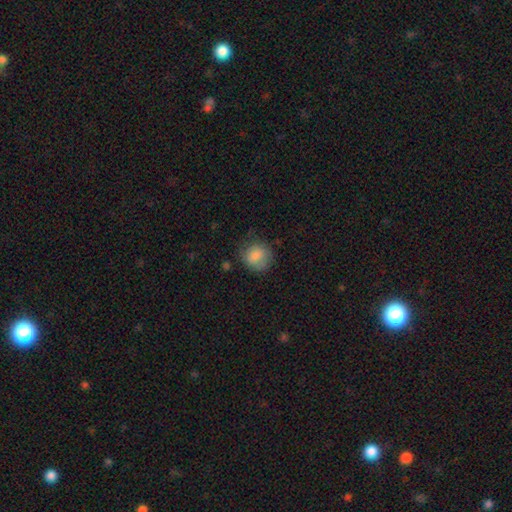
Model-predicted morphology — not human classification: type=smooth (83%); roundness=round (84%); merging=none (69%).